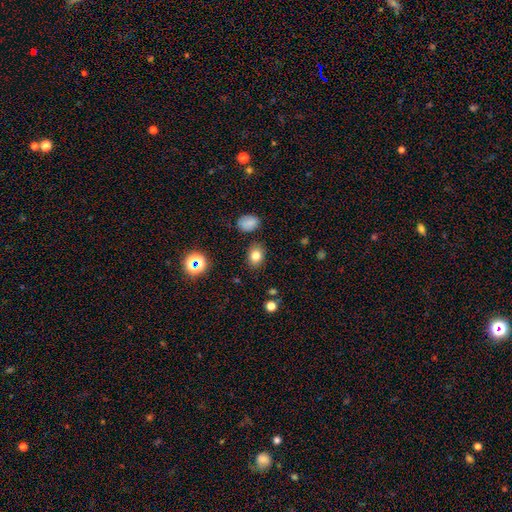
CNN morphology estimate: The model was most divided on "how rounded": in between: 58%, round: 41%, cigar-shaped: 1%. More confident: merging — none (85%); smooth or featured — smooth (78%).